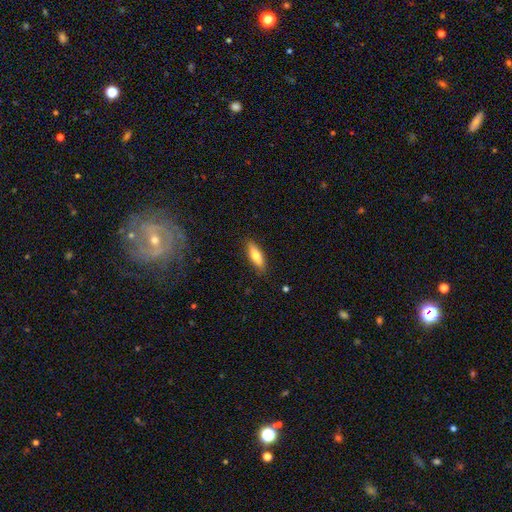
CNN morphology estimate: Overall: smooth (74%). How rounded: in between (56%; cigar-shaped 42%). Merging: none (87%).